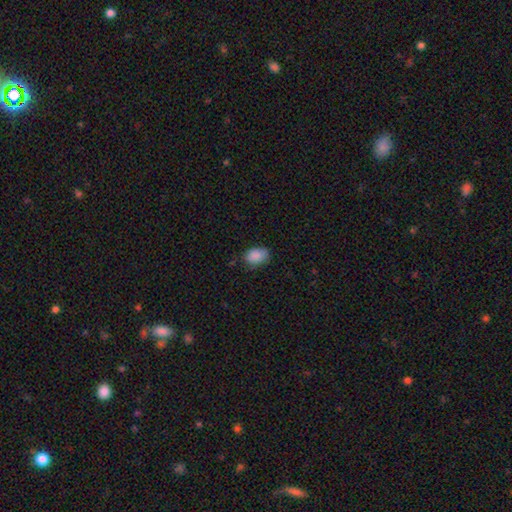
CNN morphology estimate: A smooth galaxy with no disk features (88%) that is in between round and cigar-shaped (81%).

Vote fractions:
- Smooth or featured? smooth: 88% / star or artifact: 8% / featured or disk: 5%
- How rounded? in between: 81% / round: 18% / cigar-shaped: 1%
- Merging? none: 72% / minor disturbance: 22% / major disturbance: 4% / merger: 1%